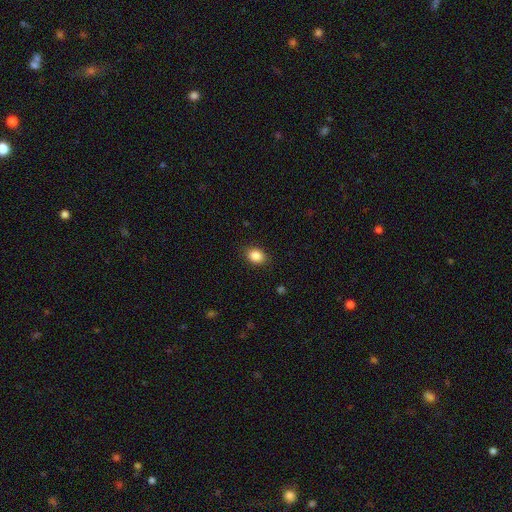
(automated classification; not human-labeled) Smooth or featured: smooth — 87% (star or artifact — 9%)
How rounded: in between — 69% (round — 30%)
Merging: none — 87% (minor disturbance — 10%)